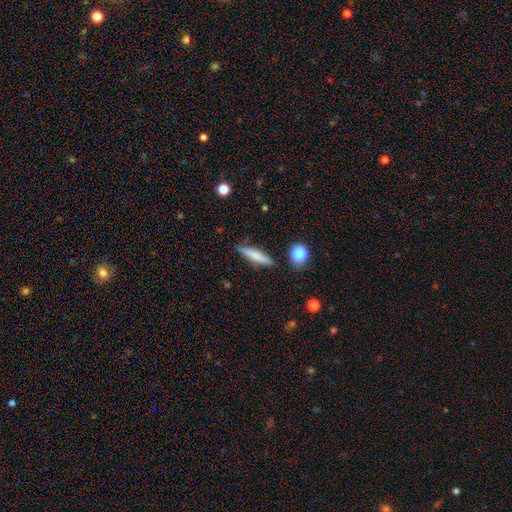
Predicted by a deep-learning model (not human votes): This is likely a smooth galaxy (71%). How rounded: clearly cigar-shaped (81%). Merging: clearly none (82%).